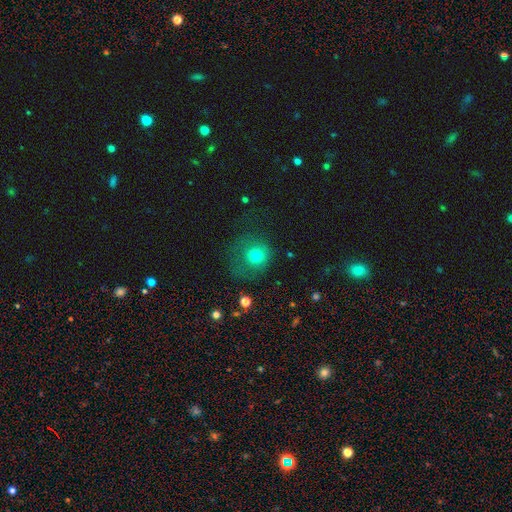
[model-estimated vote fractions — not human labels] Q: Smooth or featured?
A: smooth (72%); runner-up: star or artifact (14%)
Q: How rounded?
A: round (86%); runner-up: in between (13%)
Q: Merging?
A: none (52%); runner-up: major disturbance (25%)